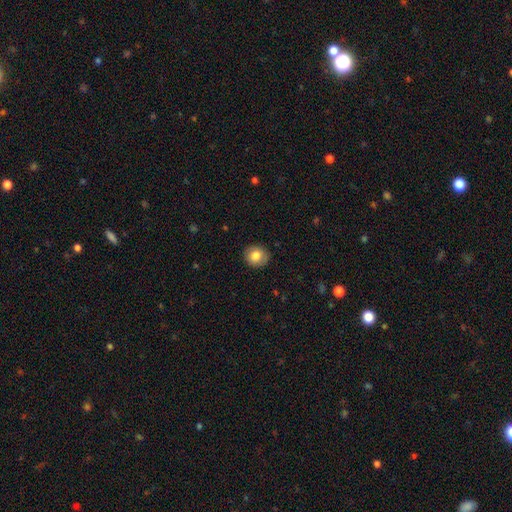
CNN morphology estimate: smooth_or_featured: smooth (p=0.80) [alt: featured or disk p=0.11]
how_rounded: round (p=0.85) [alt: in between p=0.14]
merging: none (p=0.89) [alt: minor disturbance p=0.08]